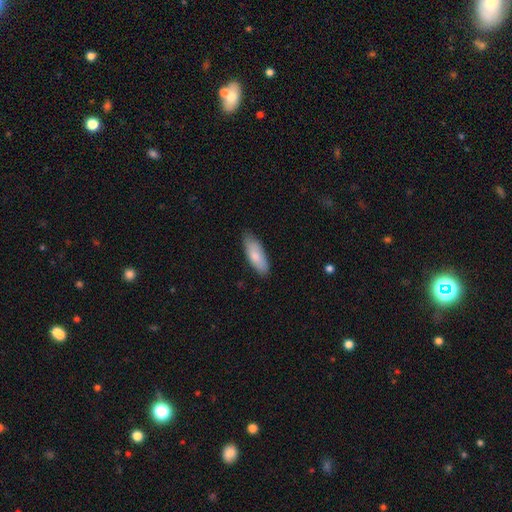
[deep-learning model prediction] Smooth or featured? smooth (82%)
How rounded? in between (68%)
Merging? none (82%)